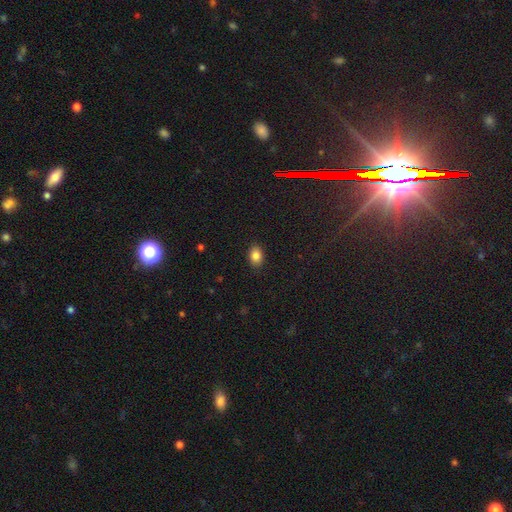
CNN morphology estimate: type=smooth (85%); roundness=in between (82%); merging=none (88%).